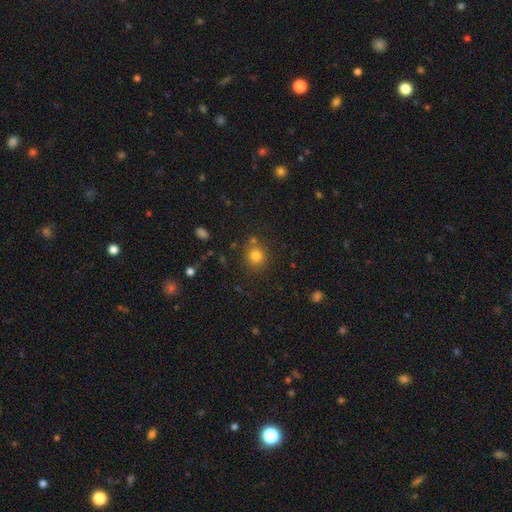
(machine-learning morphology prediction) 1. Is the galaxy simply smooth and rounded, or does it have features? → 79% smooth, 14% star or artifact, 7% featured or disk.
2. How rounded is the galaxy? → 85% round, 14% in between, 1% cigar-shaped.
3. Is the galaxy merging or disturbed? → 78% none, 10% minor disturbance, 8% merger, 4% major disturbance.